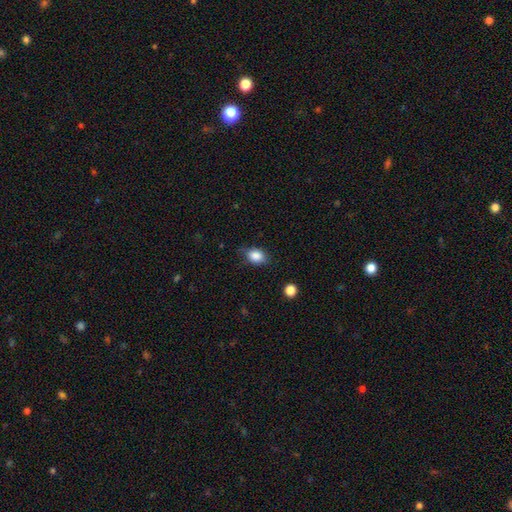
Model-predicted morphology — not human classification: smooth 85%, star or artifact 9%, featured or disk 7%. Down the decision tree: how rounded — in between (72%); merging — none (73%).